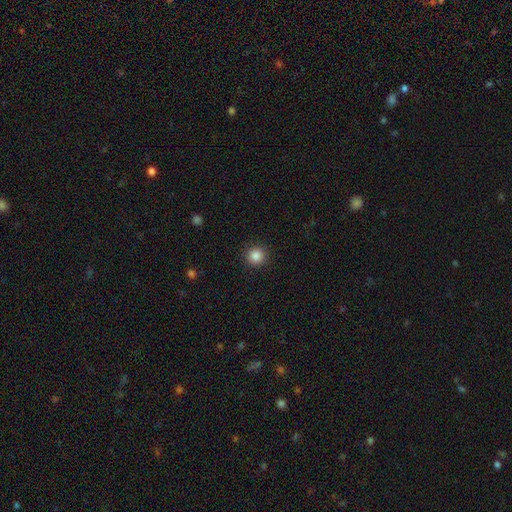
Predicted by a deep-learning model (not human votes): Smooth or featured? smooth (86%)
How rounded? round (95%)
Merging? none (92%)